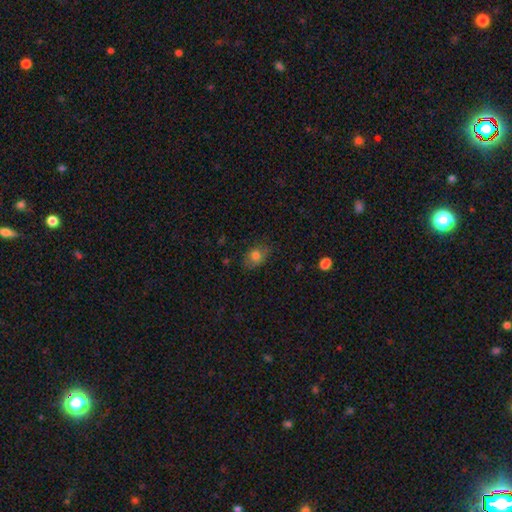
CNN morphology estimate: Overall: smooth (77%). How rounded: in between (65%; round 33%). Merging: none (75%).